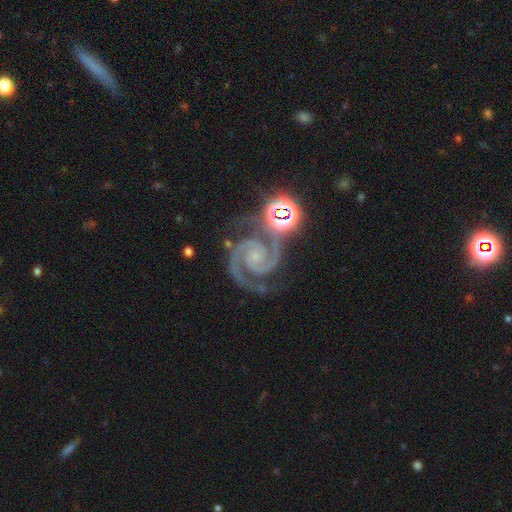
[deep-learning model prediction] Smooth or featured? featured or disk (92%)
Edge-on disk? no (98%)
Bar? no (66%)
Spiral arms? yes (99%)
Spiral winding? tight (58%)
Spiral arm count? 2 (93%)
Bulge size? small (71%)
Merging? none (71%)